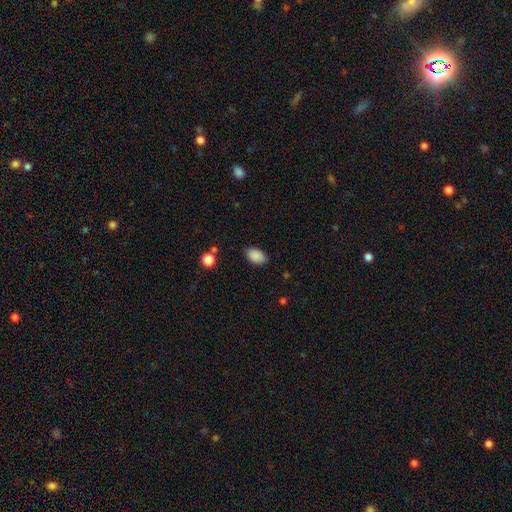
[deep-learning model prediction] This appears to be a smooth galaxy with no disk features (88%) that is in between round and cigar-shaped (89%). Merging: none (82%).